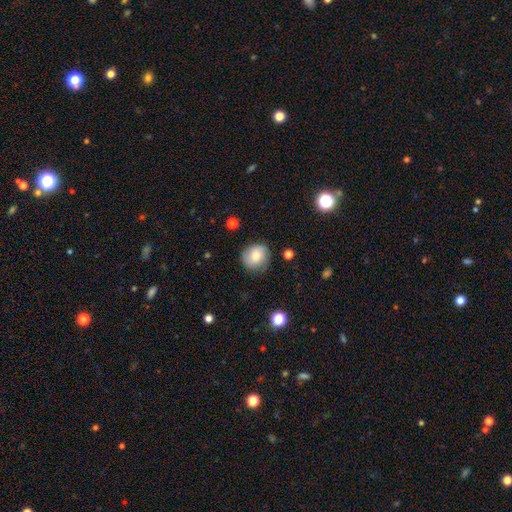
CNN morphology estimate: smooth_or_featured: smooth (p=0.71) [alt: featured or disk p=0.20]
how_rounded: round (p=0.86) [alt: in between p=0.13]
merging: none (p=0.80) [alt: minor disturbance p=0.15]